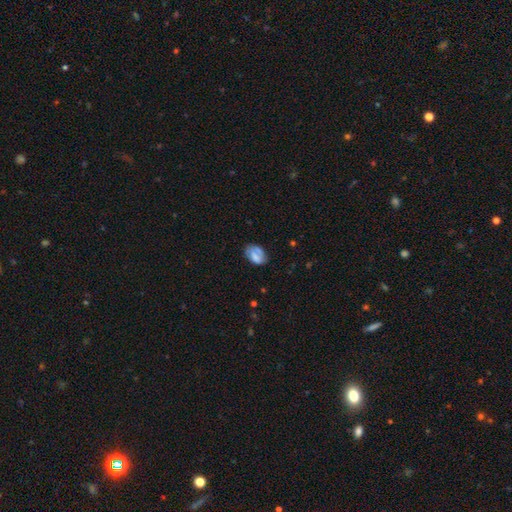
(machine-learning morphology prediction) A smooth galaxy with no disk features (63%) that is in between round and cigar-shaped (85%).

Vote fractions:
- Smooth or featured? smooth: 63% / featured or disk: 26% / star or artifact: 11%
- How rounded? in between: 85% / round: 13% / cigar-shaped: 2%
- Merging? none: 58% / minor disturbance: 27% / major disturbance: 11% / merger: 4%